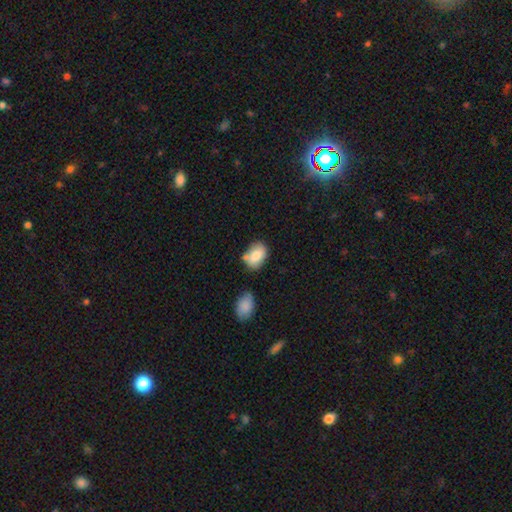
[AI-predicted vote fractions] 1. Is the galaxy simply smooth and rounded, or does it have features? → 80% smooth, 13% featured or disk, 7% star or artifact.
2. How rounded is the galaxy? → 85% in between, 13% round, 2% cigar-shaped.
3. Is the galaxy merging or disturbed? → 57% none, 23% minor disturbance, 14% merger, 5% major disturbance.